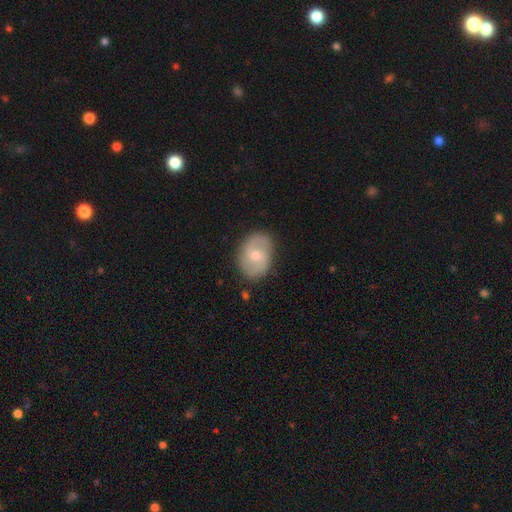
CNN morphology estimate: This appears to be a featured or disk galaxy (61%) with no bar (51%), spiral arms (81%) and a moderate central bulge (61%). Merging: none (80%).